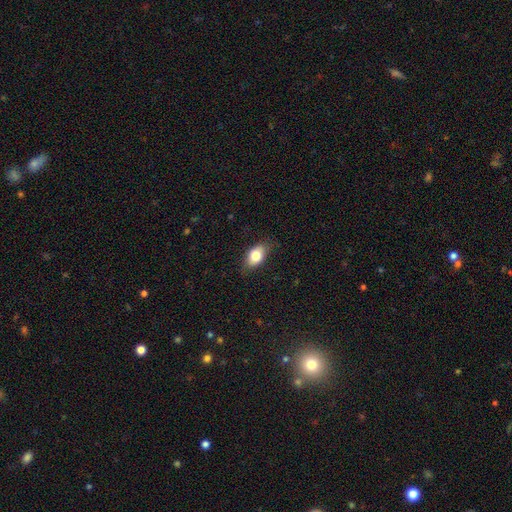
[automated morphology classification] smooth 79%, featured or disk 13%, star or artifact 7%. Down the decision tree: how rounded — in between (87%); merging — none (79%).